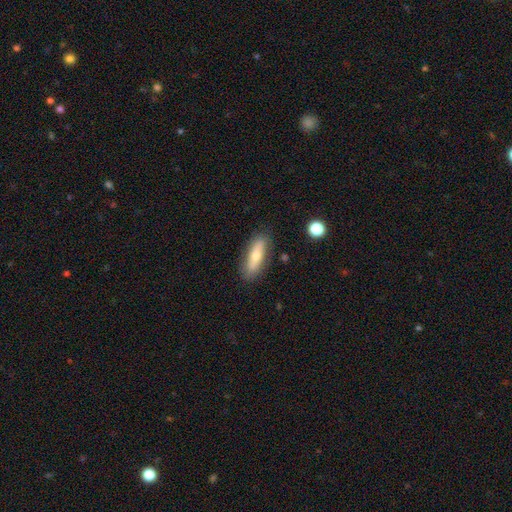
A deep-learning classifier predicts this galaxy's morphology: Q: Smooth or featured?
A: smooth (65%); runner-up: featured or disk (28%)
Q: How rounded?
A: cigar-shaped (52%); runner-up: in between (45%)
Q: Merging?
A: none (83%); runner-up: minor disturbance (12%)